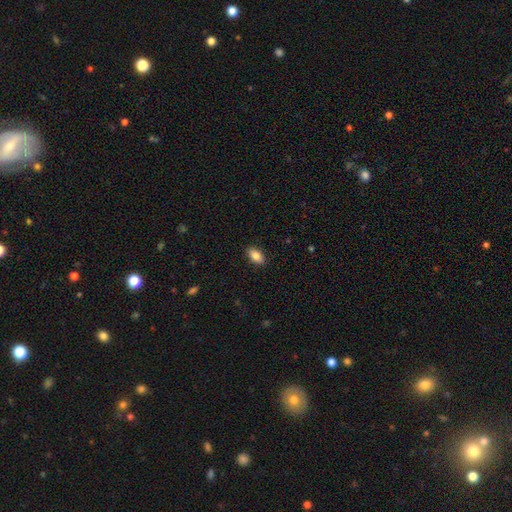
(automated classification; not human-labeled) The model was most divided on "smooth or featured": smooth: 85%, featured or disk: 8%, star or artifact: 7%. More confident: how rounded — in between (91%); merging — none (89%).